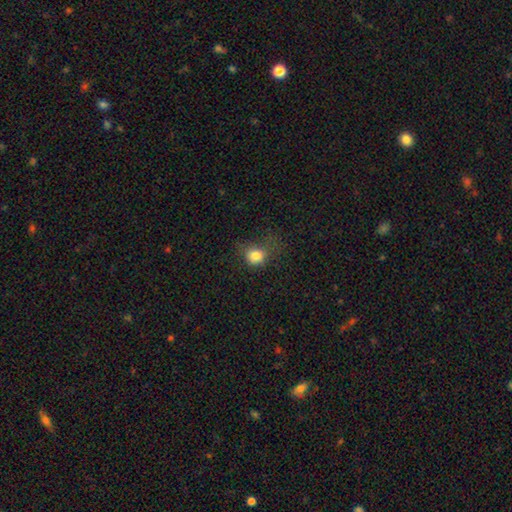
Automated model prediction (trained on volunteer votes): Q: Smooth or featured?
A: smooth (80%); runner-up: star or artifact (13%)
Q: How rounded?
A: round (67%); runner-up: in between (32%)
Q: Merging?
A: none (47%); runner-up: minor disturbance (28%)